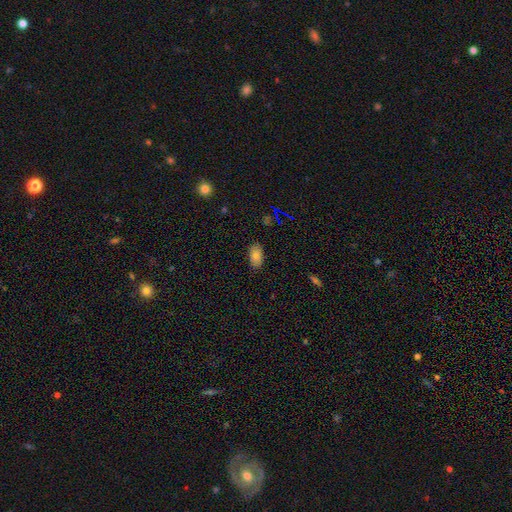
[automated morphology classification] The model was most divided on "smooth or featured": smooth: 78%, star or artifact: 11%, featured or disk: 11%. More confident: how rounded — in between (92%); merging — none (84%).